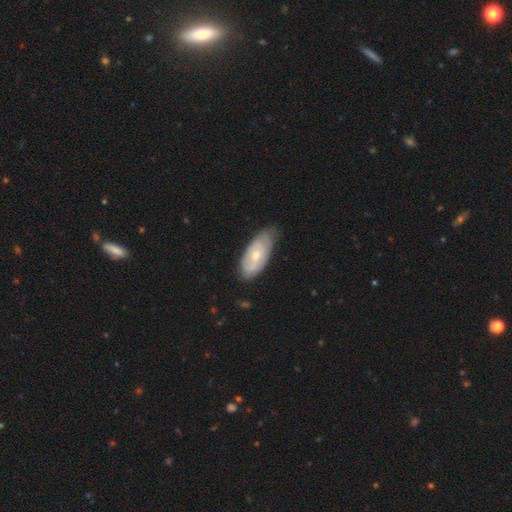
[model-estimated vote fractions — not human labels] featured or disk 51%, smooth 44%, star or artifact 6%. Down the decision tree: edge-on disk — no (88%); merging — none (61%).